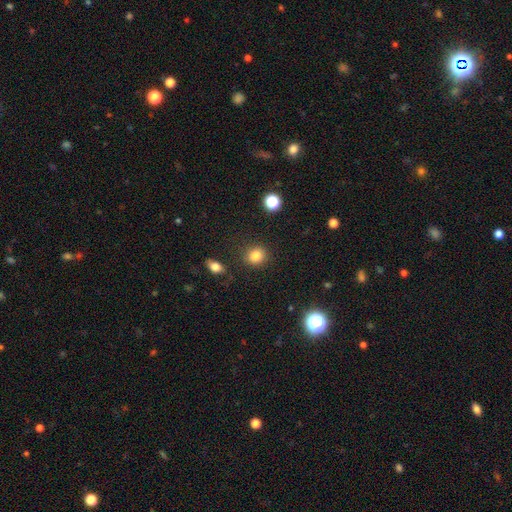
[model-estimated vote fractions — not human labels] Smooth or featured: smooth — 83% (star or artifact — 11%)
How rounded: round — 80% (in between — 19%)
Merging: none — 86% (minor disturbance — 8%)